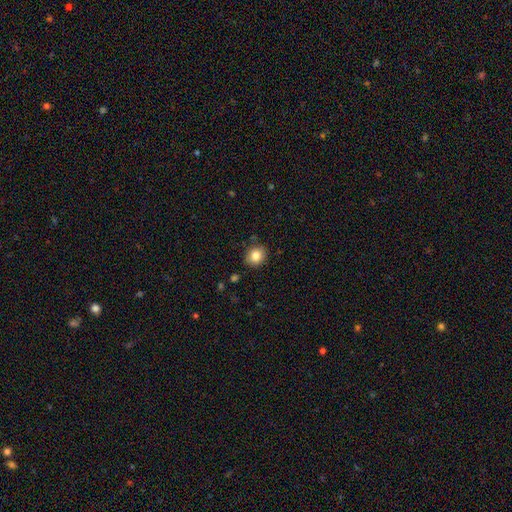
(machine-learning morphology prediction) This appears to be a smooth galaxy with no disk features (84%) that is round (74%). Merging: none (86%).